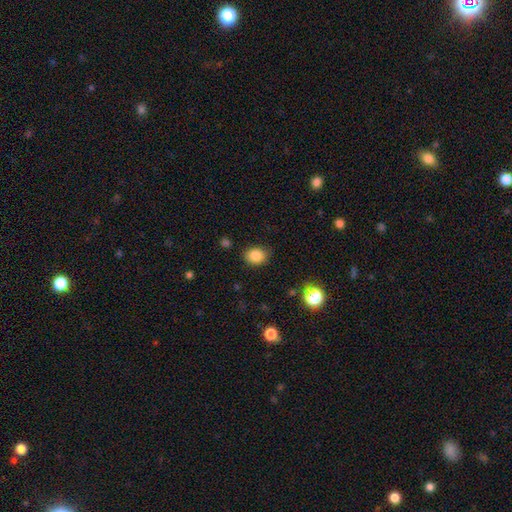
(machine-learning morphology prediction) smooth 85%, star or artifact 11%, featured or disk 5%. Down the decision tree: how rounded — round (54%); merging — none (84%).